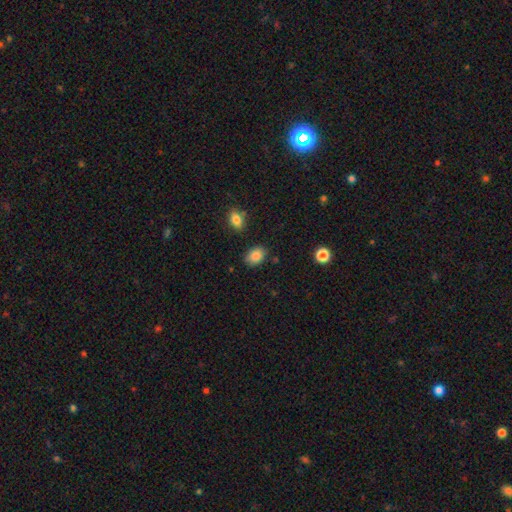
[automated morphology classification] Q: Smooth or featured?
A: smooth (86%); runner-up: star or artifact (9%)
Q: How rounded?
A: in between (81%); runner-up: round (18%)
Q: Merging?
A: none (81%); runner-up: minor disturbance (13%)